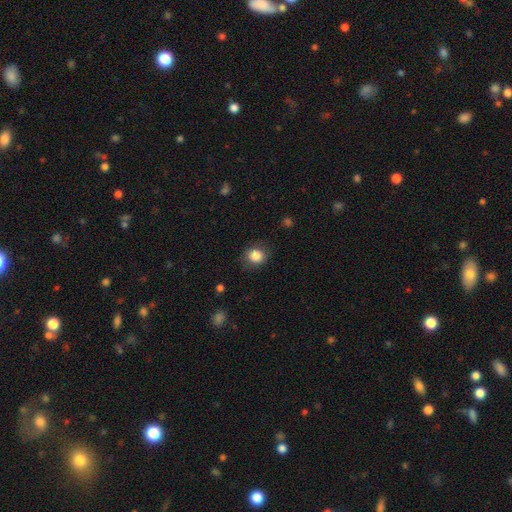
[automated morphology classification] smooth-or-featured: smooth: 86% | star or artifact: 9% | featured or disk: 5%
  how-rounded: round: 75% | in between: 24% | cigar-shaped: 1%
  merging: none: 81% | minor disturbance: 14% | major disturbance: 4% | merger: 1%